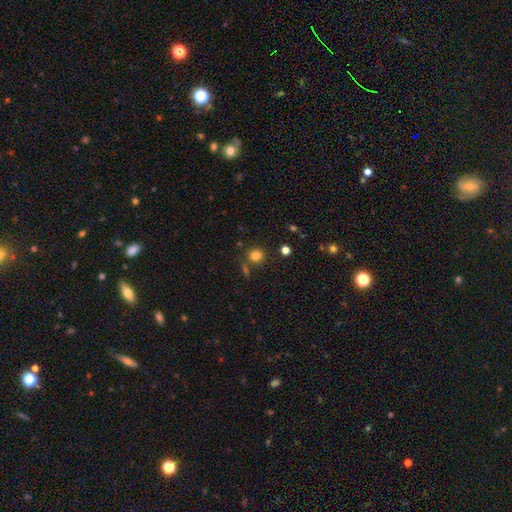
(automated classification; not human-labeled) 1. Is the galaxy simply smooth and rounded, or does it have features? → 80% smooth, 14% star or artifact, 6% featured or disk.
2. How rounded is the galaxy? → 90% round, 9% in between, 1% cigar-shaped.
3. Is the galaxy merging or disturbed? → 79% none, 9% merger, 9% minor disturbance, 3% major disturbance.